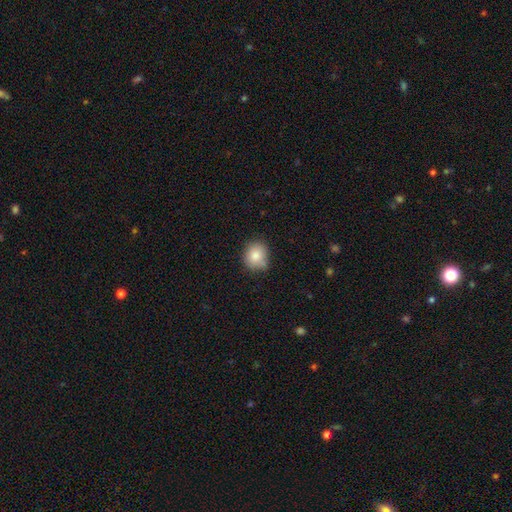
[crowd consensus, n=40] smooth-or-featured: smooth: 90% | featured or disk: 5% | star or artifact: 5%
  how-rounded: round: 67% | in between: 33% | cigar-shaped: 0%
  merging: none: 74% | minor disturbance: 18% | merger: 5% | major disturbance: 3%